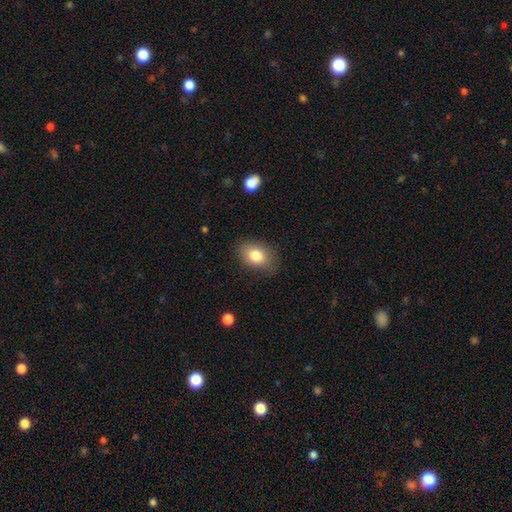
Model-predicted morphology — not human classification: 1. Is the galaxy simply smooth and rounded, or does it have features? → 81% smooth, 10% featured or disk, 9% star or artifact.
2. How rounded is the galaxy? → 77% in between, 21% round, 1% cigar-shaped.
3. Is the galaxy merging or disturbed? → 78% none, 17% minor disturbance, 4% major disturbance, 1% merger.